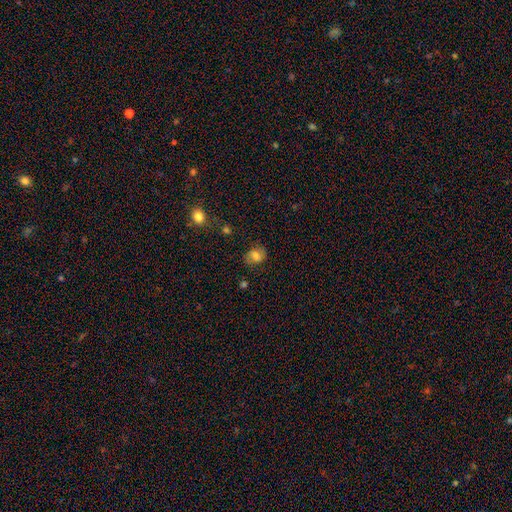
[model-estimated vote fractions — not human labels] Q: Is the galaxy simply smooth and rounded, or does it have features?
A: smooth — 71%.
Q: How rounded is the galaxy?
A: in between — 53%.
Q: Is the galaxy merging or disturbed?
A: none — 76%.